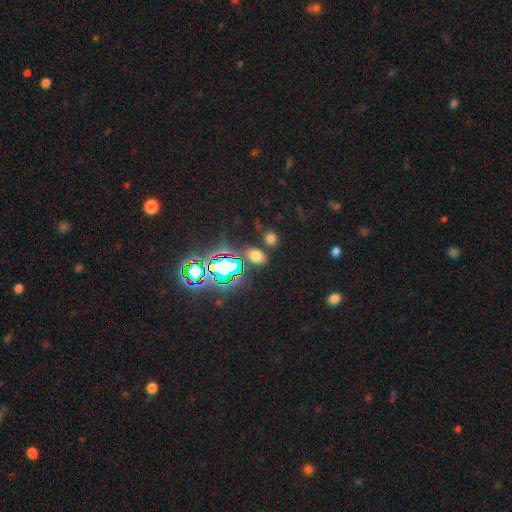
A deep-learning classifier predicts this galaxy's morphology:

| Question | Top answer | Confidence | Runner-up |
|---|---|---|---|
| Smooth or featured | smooth | 64% | star or artifact (30%) |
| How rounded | in between | 67% | round (31%) |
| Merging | none | 79% | minor disturbance (9%) |